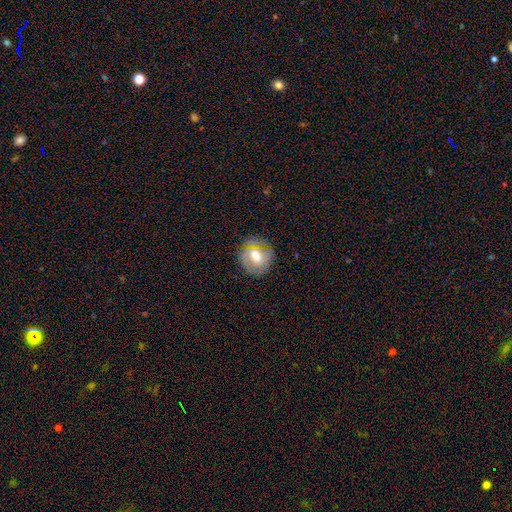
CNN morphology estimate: Smooth or featured?
  - smooth: 50% *
  - featured or disk: 41%
  - star or artifact: 9%
How rounded?
  - round: 79% *
  - in between: 20%
  - cigar-shaped: 1%
Merging?
  - none: 73% *
  - minor disturbance: 18%
  - major disturbance: 6%
  - merger: 2%